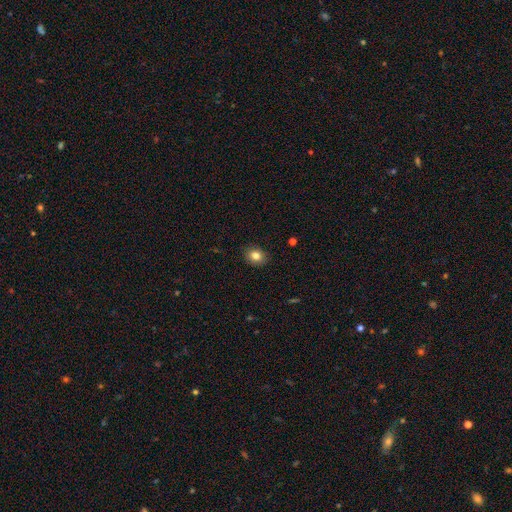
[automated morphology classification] A smooth galaxy with no disk features (82%) that is round (56%).

Vote fractions:
- Smooth or featured? smooth: 82% / star or artifact: 11% / featured or disk: 7%
- How rounded? round: 56% / in between: 43% / cigar-shaped: 1%
- Merging? none: 89% / minor disturbance: 8% / major disturbance: 2% / merger: 1%